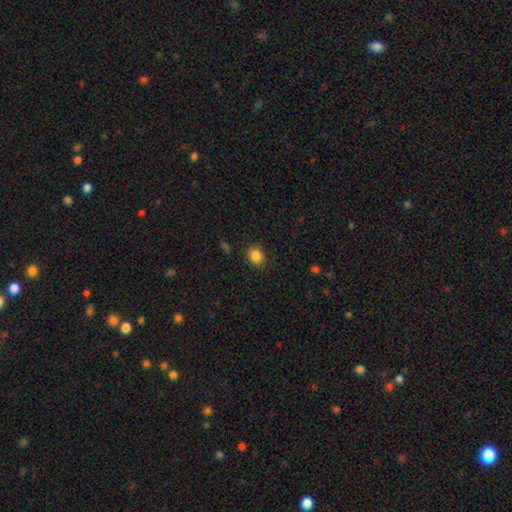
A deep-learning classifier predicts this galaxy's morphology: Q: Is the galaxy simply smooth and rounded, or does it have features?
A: smooth — 85%.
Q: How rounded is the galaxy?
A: round — 72%.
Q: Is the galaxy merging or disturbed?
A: none — 88%.